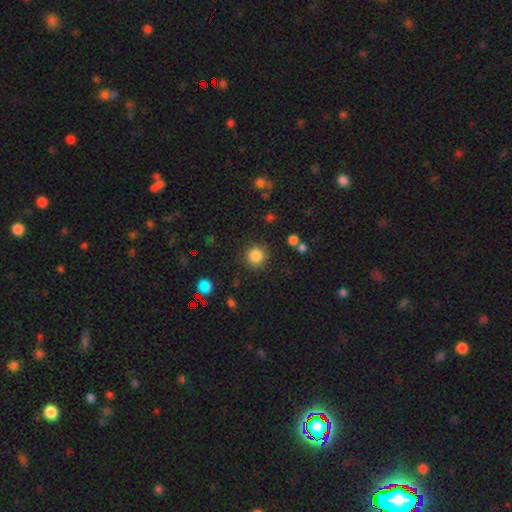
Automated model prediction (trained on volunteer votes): smooth_or_featured: smooth (p=0.83) [alt: star or artifact p=0.12]
how_rounded: round (p=0.94) [alt: in between p=0.05]
merging: none (p=0.87) [alt: minor disturbance p=0.08]